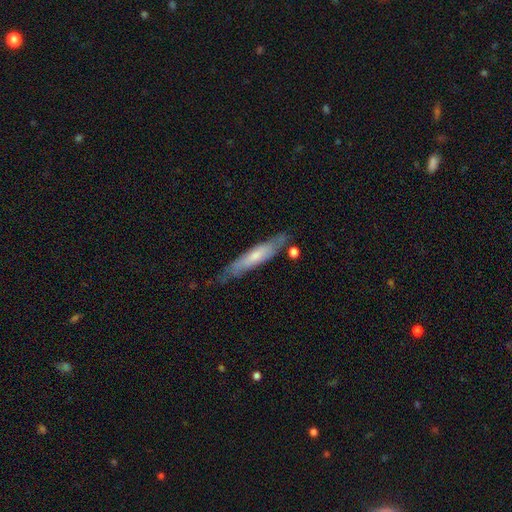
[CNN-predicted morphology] smooth 48%, featured or disk 46%, star or artifact 6%. Down the decision tree: merging — none (70%).